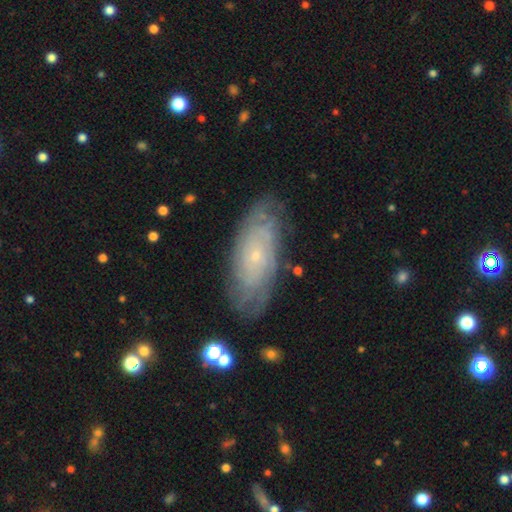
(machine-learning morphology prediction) Smooth or featured: featured or disk — 72% (smooth — 21%)
Edge-on disk: no — 89% (yes — 11%)
Bar: no — 83% (weak — 14%)
Spiral arms: yes — 86% (no — 14%)
Spiral winding: tight — 76% (medium — 18%)
Spiral arm count: can't tell — 61% (2 — 11%)
Bulge size: small — 85% (moderate — 10%)
Merging: none — 78% (minor disturbance — 16%)